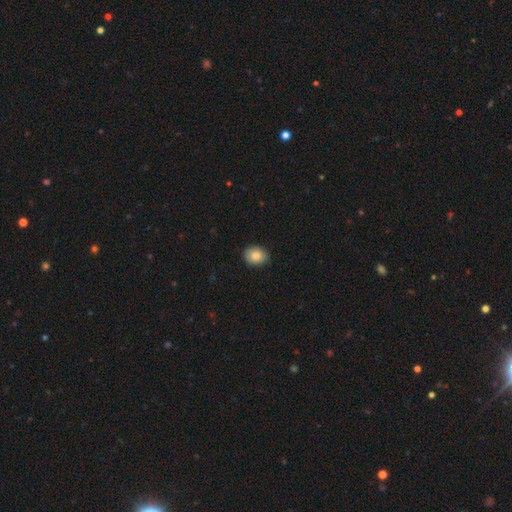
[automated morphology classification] A smooth galaxy with no disk features (85%) that is in between round and cigar-shaped (55%).

Vote fractions:
- Smooth or featured? smooth: 85% / star or artifact: 8% / featured or disk: 7%
- How rounded? in between: 55% / round: 44% / cigar-shaped: 1%
- Merging? none: 88% / minor disturbance: 9% / major disturbance: 2% / merger: 1%